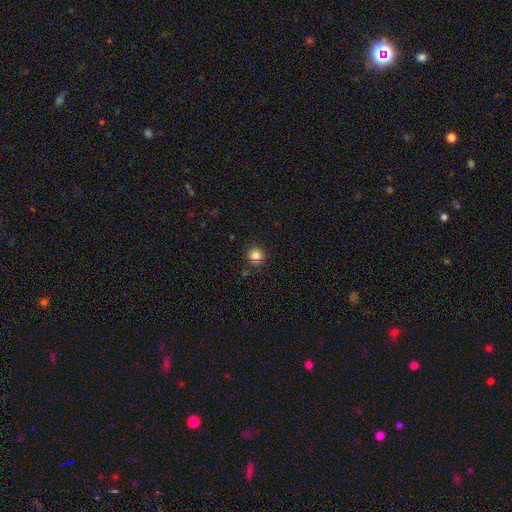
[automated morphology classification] The model was most divided on "smooth or featured": smooth: 82%, star or artifact: 12%, featured or disk: 6%. More confident: how rounded — round (93%); merging — none (88%).